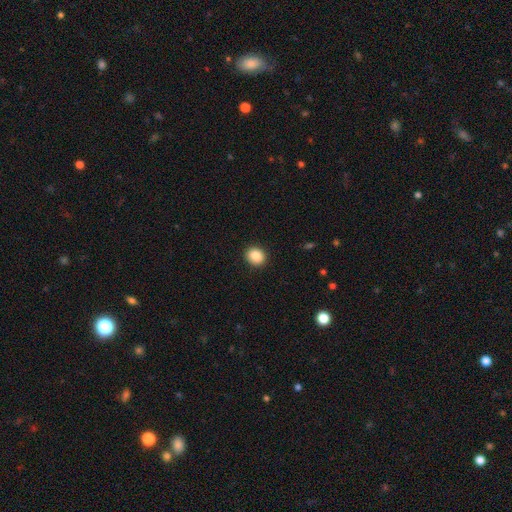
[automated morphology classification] Overall: smooth (88%). How rounded: round (69%; in between 30%). Merging: none (91%).